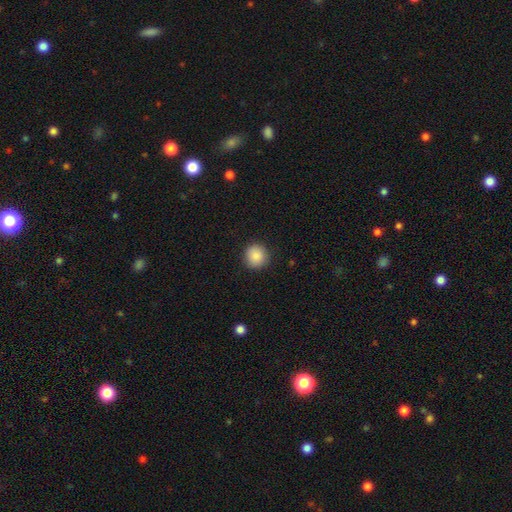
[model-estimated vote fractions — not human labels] This is clearly a smooth galaxy (88%). How rounded: clearly round (92%). Merging: clearly none (91%).